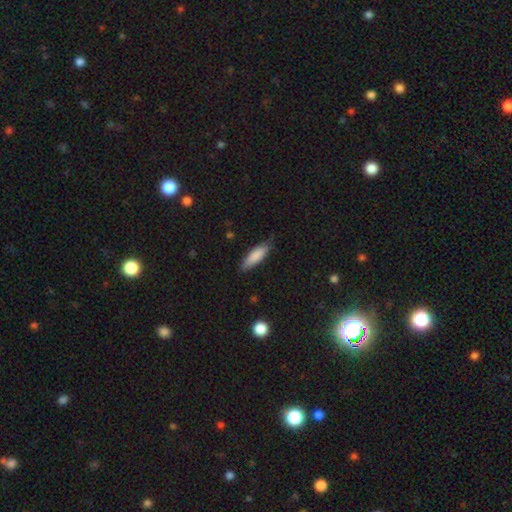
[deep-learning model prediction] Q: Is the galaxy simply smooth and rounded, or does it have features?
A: smooth — 85%.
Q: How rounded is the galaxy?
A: cigar-shaped — 52%.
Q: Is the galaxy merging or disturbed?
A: none — 79%.